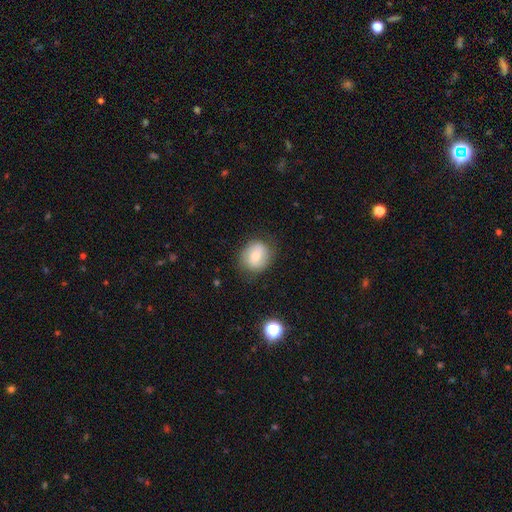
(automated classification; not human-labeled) This appears to be a smooth galaxy with no disk features (60%) that is round (72%). Merging: none (78%).